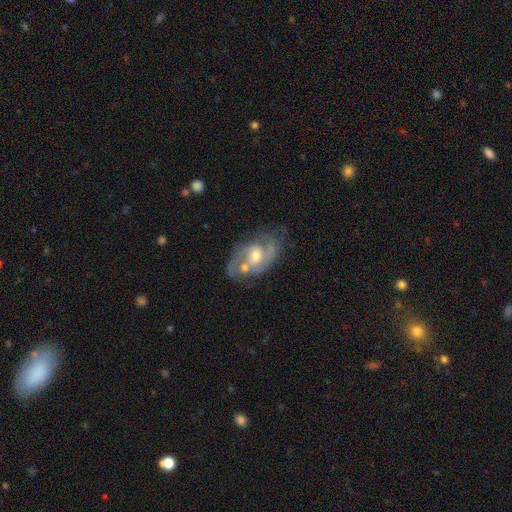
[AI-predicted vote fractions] A featured or disk galaxy (82%) with no bar (51%), 2 (76%) medium (51%) spiral arms (90%) and a moderate central bulge (68%). Merging: none (50%).